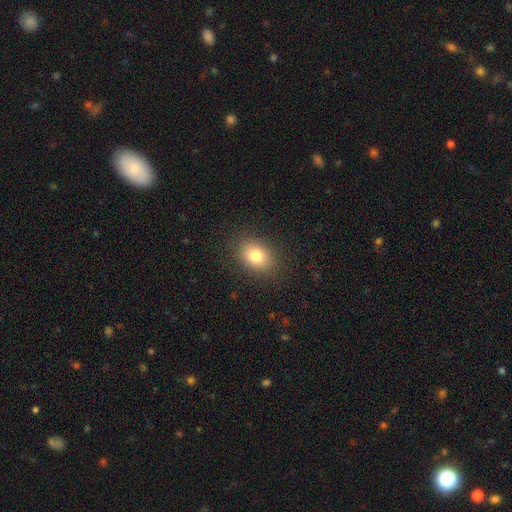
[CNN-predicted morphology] Smooth or featured? Predicted: smooth (p=0.80). How rounded? Predicted: in between (p=0.62). Merging? Predicted: none (p=0.88).